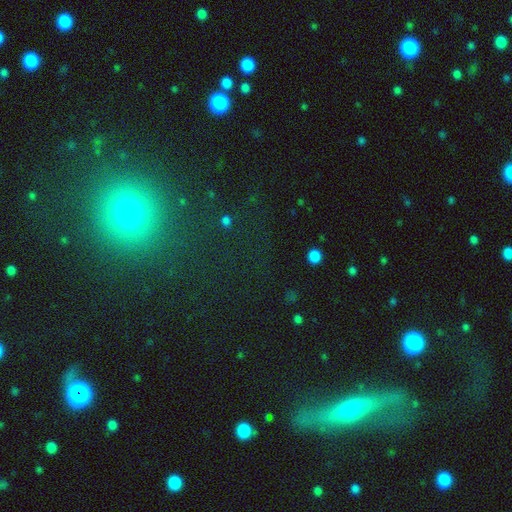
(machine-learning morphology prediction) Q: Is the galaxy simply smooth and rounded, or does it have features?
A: star or artifact — 40%.